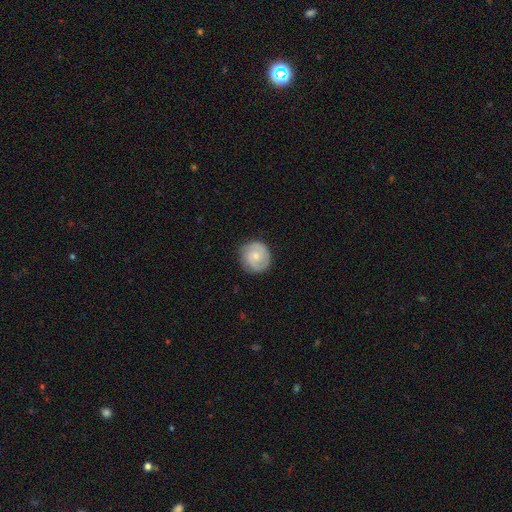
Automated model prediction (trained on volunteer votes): Q: Smooth or featured?
A: featured or disk (49%); runner-up: smooth (44%)
Q: Merging?
A: none (82%); runner-up: minor disturbance (14%)